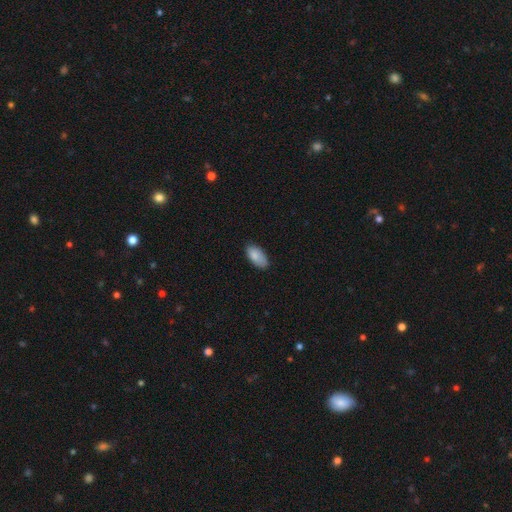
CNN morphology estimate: A smooth galaxy with no disk features (86%) that is in between round and cigar-shaped (93%).

Vote fractions:
- Smooth or featured? smooth: 86% / featured or disk: 7% / star or artifact: 7%
- How rounded? in between: 93% / cigar-shaped: 5% / round: 2%
- Merging? none: 75% / minor disturbance: 20% / major disturbance: 3% / merger: 1%